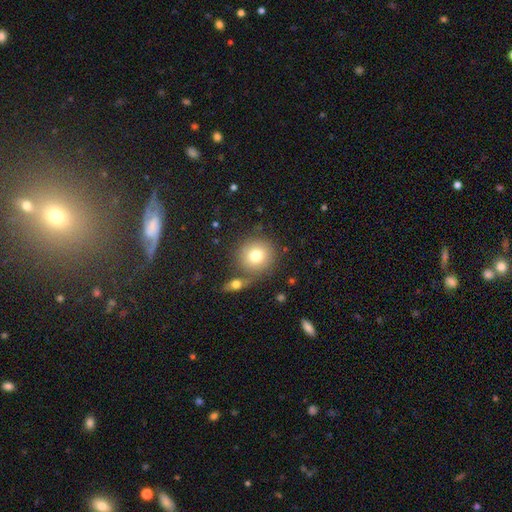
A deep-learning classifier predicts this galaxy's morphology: smooth-or-featured: smooth: 77% | featured or disk: 13% | star or artifact: 10%
  how-rounded: round: 90% | in between: 9% | cigar-shaped: 1%
  merging: none: 68% | merger: 17% | minor disturbance: 10% | major disturbance: 4%